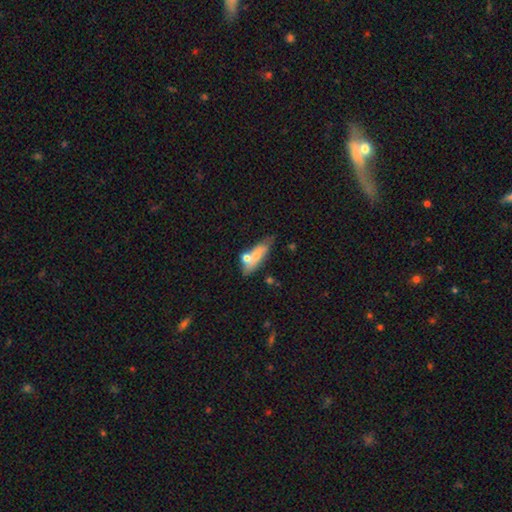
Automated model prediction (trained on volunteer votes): This is likely a smooth galaxy (63%). How rounded: likely in between (63%). Merging: marginally none (37%).